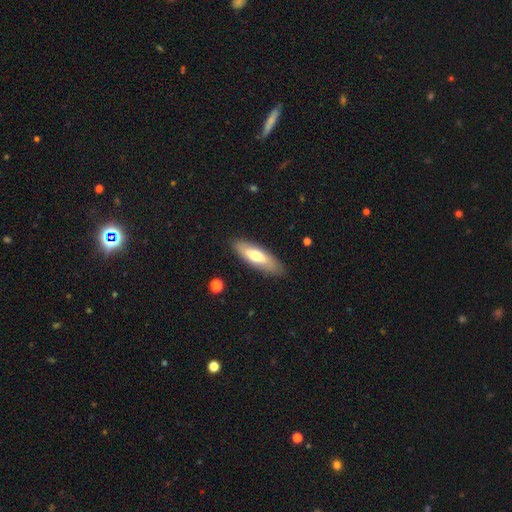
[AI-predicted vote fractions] Smooth or featured: smooth — 59% (featured or disk — 36%)
How rounded: in between — 55% (cigar-shaped — 43%)
Merging: none — 85% (minor disturbance — 11%)